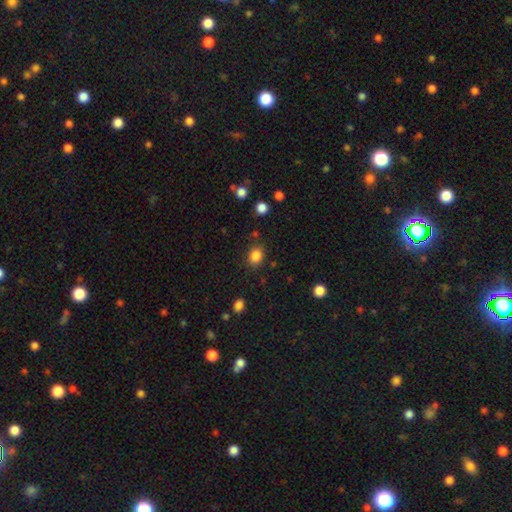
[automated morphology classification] A smooth galaxy with no disk features (85%) that is round (50%).

Vote fractions:
- Smooth or featured? smooth: 85% / star or artifact: 11% / featured or disk: 4%
- How rounded? round: 50% / in between: 49% / cigar-shaped: 1%
- Merging? none: 82% / minor disturbance: 12% / major disturbance: 4% / merger: 3%